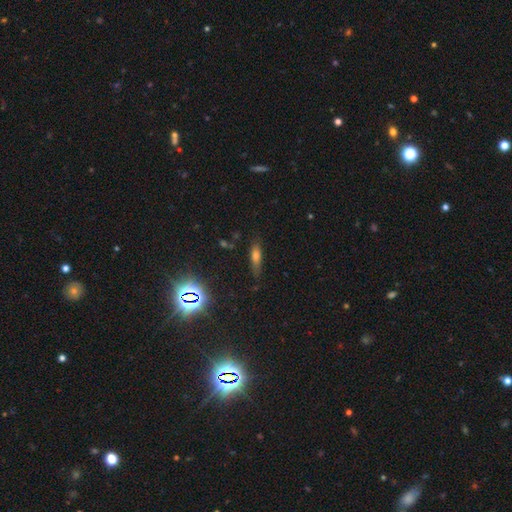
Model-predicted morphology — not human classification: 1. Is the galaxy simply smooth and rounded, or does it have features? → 59% smooth, 22% featured or disk, 19% star or artifact.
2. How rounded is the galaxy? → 57% cigar-shaped, 39% in between, 4% round.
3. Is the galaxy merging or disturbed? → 70% none, 21% minor disturbance, 6% major disturbance, 3% merger.